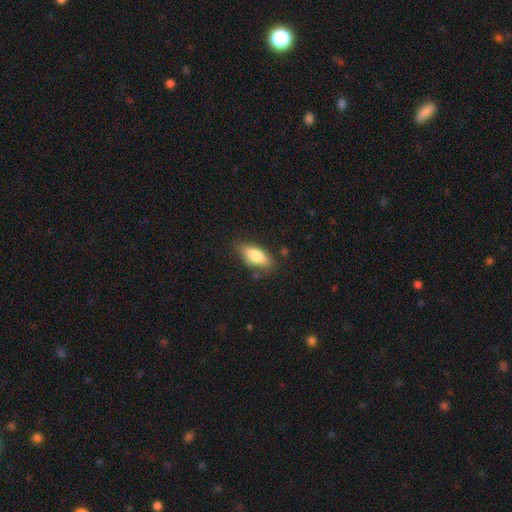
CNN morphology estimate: A smooth galaxy with no disk features (80%) that is in between round and cigar-shaped (81%).

Vote fractions:
- Smooth or featured? smooth: 80% / featured or disk: 13% / star or artifact: 7%
- How rounded? in between: 81% / cigar-shaped: 16% / round: 3%
- Merging? none: 77% / minor disturbance: 17% / major disturbance: 4% / merger: 2%